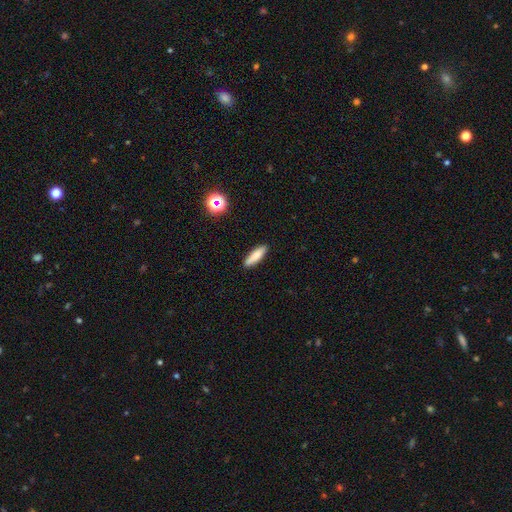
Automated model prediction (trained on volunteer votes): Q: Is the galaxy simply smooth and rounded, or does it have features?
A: smooth — 79%.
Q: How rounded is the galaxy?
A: cigar-shaped — 69%.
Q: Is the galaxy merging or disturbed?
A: none — 89%.